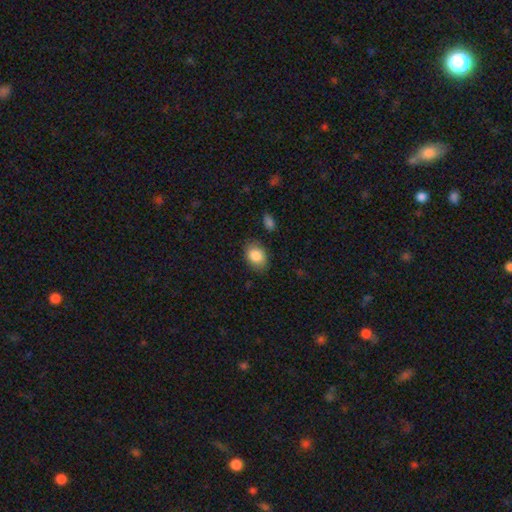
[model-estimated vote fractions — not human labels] Smooth or featured?
  - smooth: 86% *
  - star or artifact: 7%
  - featured or disk: 7%
How rounded?
  - in between: 80% *
  - round: 19%
  - cigar-shaped: 1%
Merging?
  - none: 81% *
  - minor disturbance: 13%
  - major disturbance: 3%
  - merger: 2%